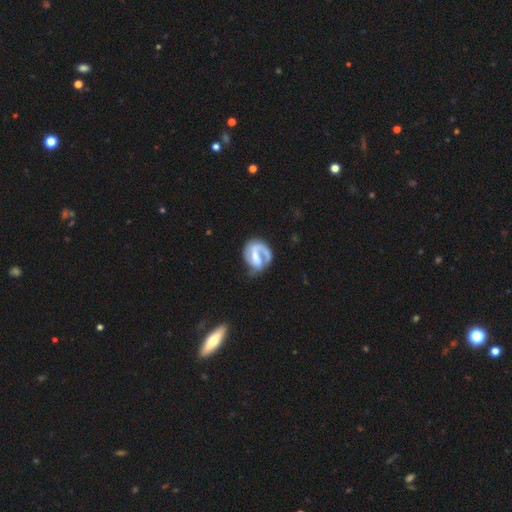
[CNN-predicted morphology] Smooth or featured?
  - featured or disk: 78% *
  - smooth: 17%
  - star or artifact: 5%
Edge-on disk?
  - no: 98% *
  - yes: 2%
Bar?
  - weak: 44% *
  - strong: 38%
  - no: 19%
Spiral arms?
  - yes: 90% *
  - no: 10%
Spiral winding?
  - medium: 42% *
  - tight: 36%
  - loose: 22%
Spiral arm count?
  - 1: 49% *
  - 2: 40%
  - can't tell: 6%
  - 3: 2%
  - 4: 1%
  - more than 4: 1%
Bulge size?
  - moderate: 38% *
  - small: 32%
  - none: 19%
  - large: 9%
  - dominant: 2%
Merging?
  - none: 47% *
  - major disturbance: 25%
  - minor disturbance: 24%
  - merger: 4%